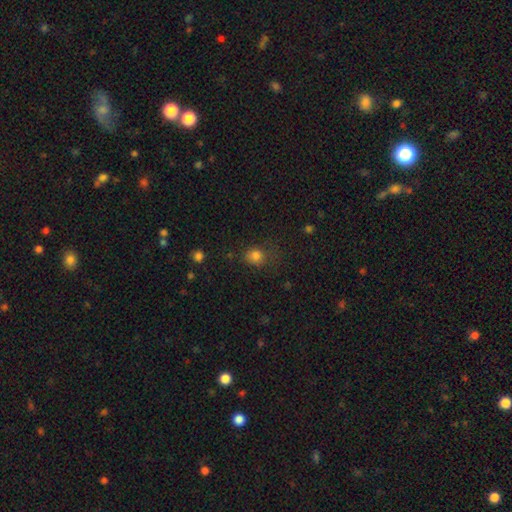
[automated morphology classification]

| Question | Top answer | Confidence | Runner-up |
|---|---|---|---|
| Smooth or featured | smooth | 80% | star or artifact (14%) |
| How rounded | round | 68% | in between (31%) |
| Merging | none | 67% | minor disturbance (21%) |